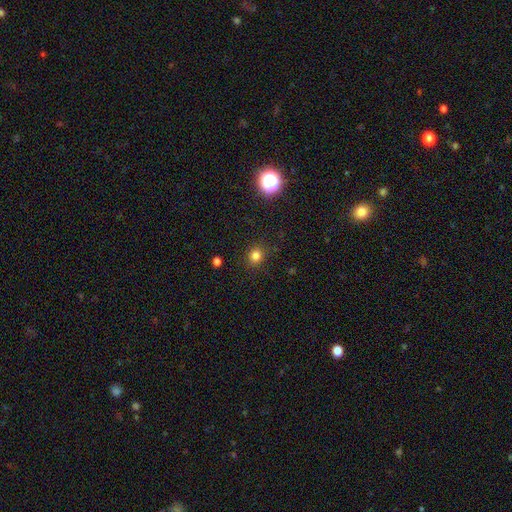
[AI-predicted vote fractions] The model was most divided on "smooth or featured": smooth: 80%, star or artifact: 15%, featured or disk: 4%. More confident: merging — none (88%); how rounded — round (83%).